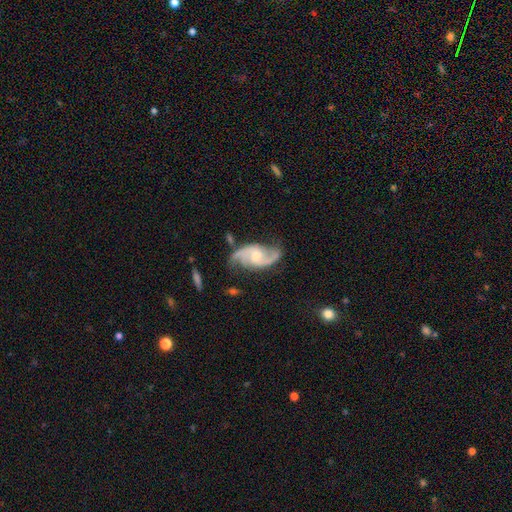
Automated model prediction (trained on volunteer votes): Smooth or featured?
  - featured or disk: 88% *
  - smooth: 7%
  - star or artifact: 5%
Edge-on disk?
  - no: 97% *
  - yes: 3%
Bar?
  - no: 56% *
  - weak: 37%
  - strong: 7%
Spiral arms?
  - yes: 97% *
  - no: 3%
Spiral winding?
  - loose: 46% *
  - medium: 42%
  - tight: 12%
Spiral arm count?
  - 2: 90% *
  - can't tell: 3%
  - 3: 3%
  - 1: 2%
  - 4: 1%
  - more than 4: 1%
Bulge size?
  - moderate: 48% *
  - small: 44%
  - none: 3%
  - large: 3%
  - dominant: 1%
Merging?
  - none: 69% *
  - minor disturbance: 20%
  - major disturbance: 8%
  - merger: 3%